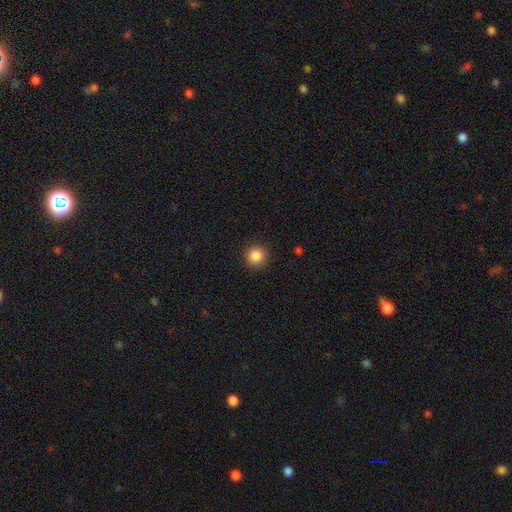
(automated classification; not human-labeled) Smooth or featured: smooth — 86% (star or artifact — 11%)
How rounded: round — 95% (in between — 4%)
Merging: none — 91% (minor disturbance — 6%)